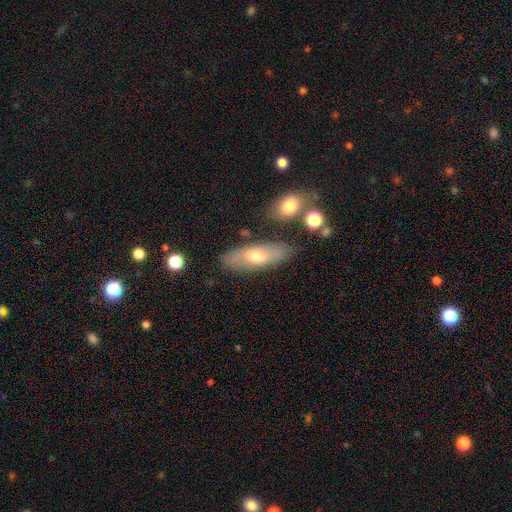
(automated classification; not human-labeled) smooth_or_featured: smooth (p=0.57) [alt: featured or disk p=0.36]
how_rounded: in between (p=0.69) [alt: cigar-shaped p=0.28]
merging: none (p=0.79) [alt: minor disturbance p=0.13]